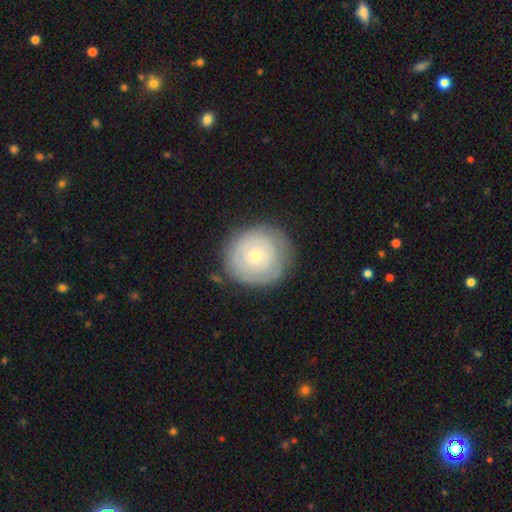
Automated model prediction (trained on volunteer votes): featured or disk 52%, smooth 42%, star or artifact 6%. Down the decision tree: edge-on disk — no (97%); bar — no (86%); spiral arms — yes (65%); bulge size — small (69%); merging — none (79%).